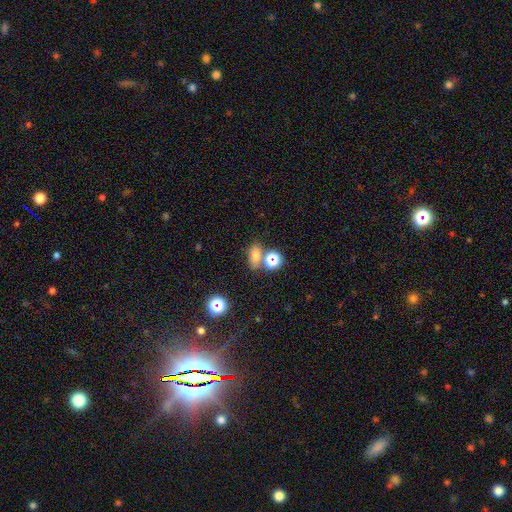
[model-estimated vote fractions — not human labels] Smooth or featured: smooth — 70% (star or artifact — 20%)
How rounded: in between — 72% (round — 23%)
Merging: none — 64% (merger — 20%)